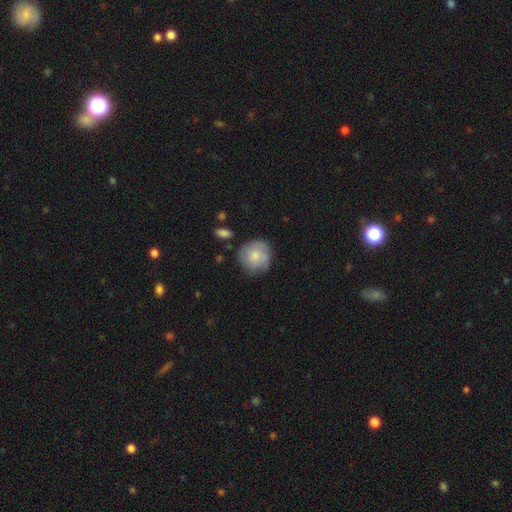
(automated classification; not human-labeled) smooth_or_featured: smooth (p=0.68) [alt: featured or disk p=0.25]
how_rounded: round (p=0.90) [alt: in between p=0.09]
merging: none (p=0.73) [alt: minor disturbance p=0.19]